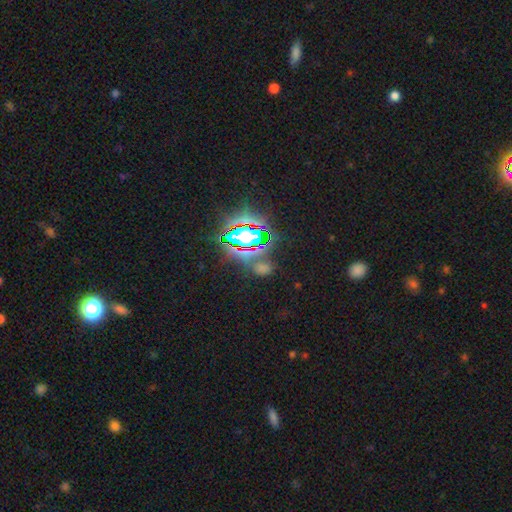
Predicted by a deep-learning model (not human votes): This appears to be a star or artifact, not a galaxy (82%).